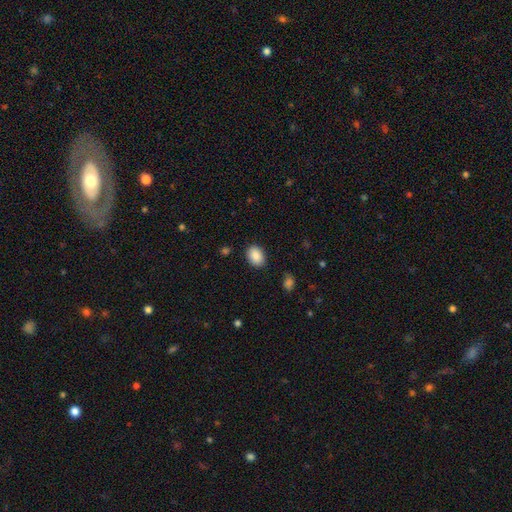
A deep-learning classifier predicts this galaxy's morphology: Smooth or featured? Predicted: smooth (p=0.89). How rounded? Predicted: in between (p=0.73). Merging? Predicted: none (p=0.87).